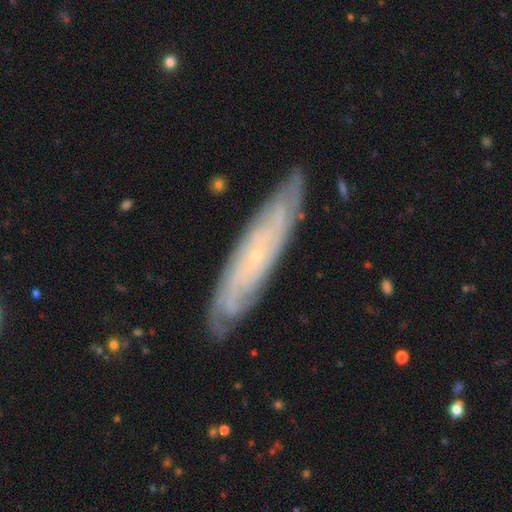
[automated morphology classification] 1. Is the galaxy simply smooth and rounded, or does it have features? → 79% featured or disk, 15% smooth, 7% star or artifact.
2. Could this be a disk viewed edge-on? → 70% no, 30% yes.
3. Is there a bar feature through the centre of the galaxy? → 80% no, 16% weak, 5% strong.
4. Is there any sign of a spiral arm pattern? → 93% yes, 7% no.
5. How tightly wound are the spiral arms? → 79% tight, 16% medium, 4% loose.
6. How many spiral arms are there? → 55% can't tell, 12% 2, 11% 4, 9% more than 4, 9% 3, 5% 1.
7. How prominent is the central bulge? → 88% small, 8% moderate, 2% none, 1% large, 1% dominant.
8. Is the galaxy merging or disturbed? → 84% none, 12% minor disturbance, 2% major disturbance, 1% merger.